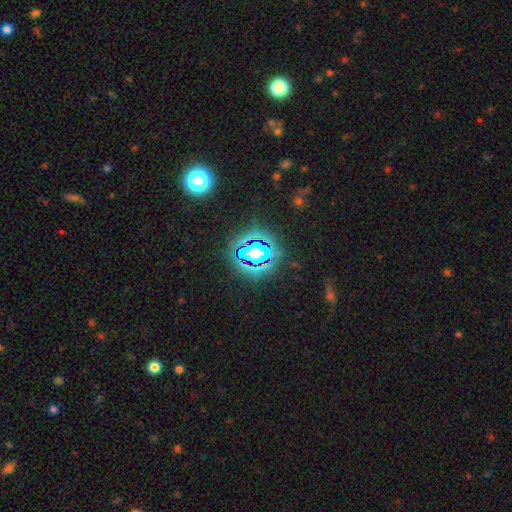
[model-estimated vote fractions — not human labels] A star or artifact, not a galaxy (80%).